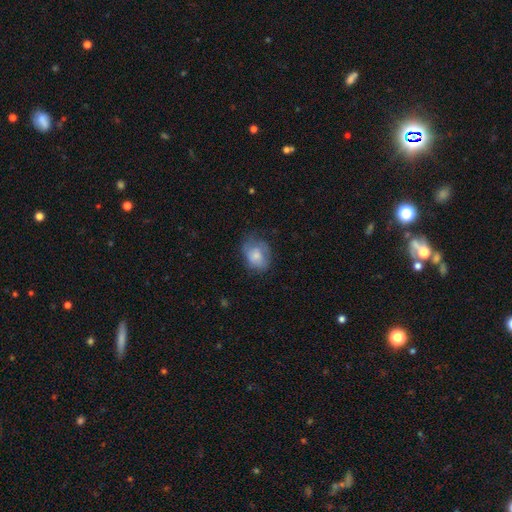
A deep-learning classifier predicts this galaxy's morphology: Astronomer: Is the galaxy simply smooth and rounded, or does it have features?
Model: smooth — 71%.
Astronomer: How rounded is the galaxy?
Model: in between — 58% (runner-up: round, 41%).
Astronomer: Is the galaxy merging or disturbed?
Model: none — 54% (runner-up: minor disturbance, 29%).